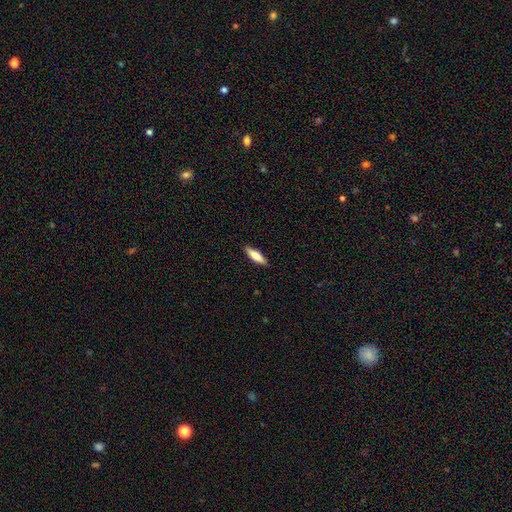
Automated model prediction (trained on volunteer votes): This is likely a smooth galaxy (75%). How rounded: possibly cigar-shaped (52%). Merging: clearly none (90%).